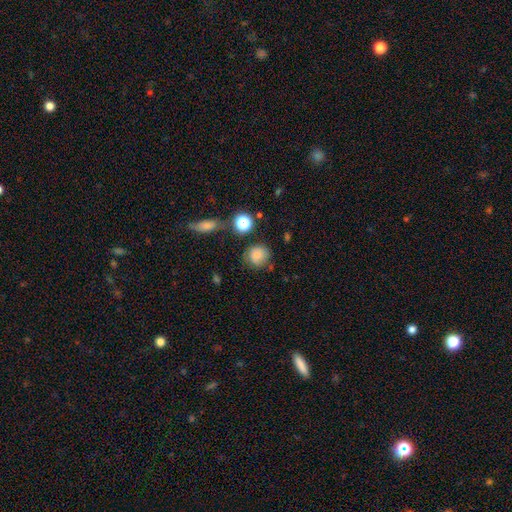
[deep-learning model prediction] Smooth or featured?
  - smooth: 81% *
  - star or artifact: 12%
  - featured or disk: 7%
How rounded?
  - round: 83% *
  - in between: 16%
  - cigar-shaped: 1%
Merging?
  - none: 71% *
  - minor disturbance: 18%
  - major disturbance: 6%
  - merger: 5%